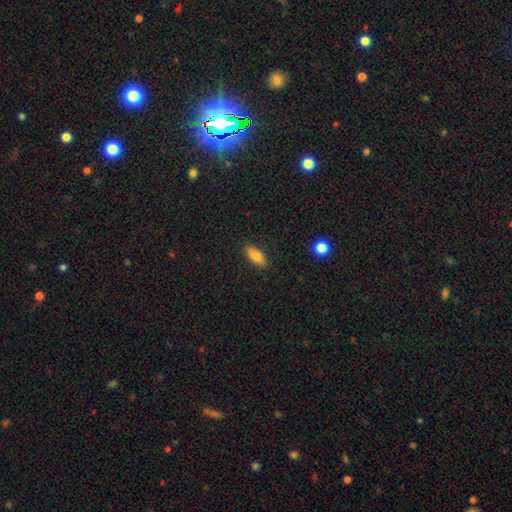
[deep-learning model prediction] smooth_or_featured: smooth (p=0.82) [alt: featured or disk p=0.11]
how_rounded: in between (p=0.75) [alt: cigar-shaped p=0.22]
merging: none (p=0.87) [alt: minor disturbance p=0.09]